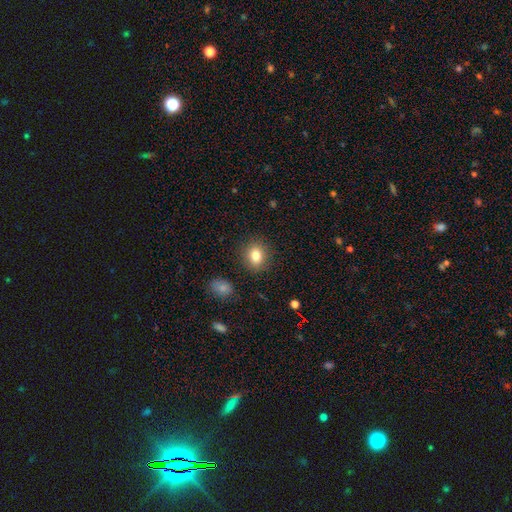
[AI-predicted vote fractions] Smooth or featured?
  - smooth: 81% *
  - star or artifact: 10%
  - featured or disk: 9%
How rounded?
  - round: 61% *
  - in between: 38%
  - cigar-shaped: 1%
Merging?
  - none: 87% *
  - minor disturbance: 9%
  - major disturbance: 3%
  - merger: 2%